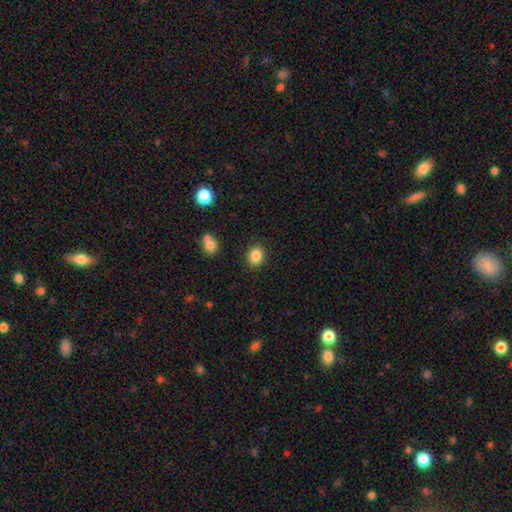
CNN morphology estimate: type=smooth (85%); roundness=round (54%); merging=none (88%).